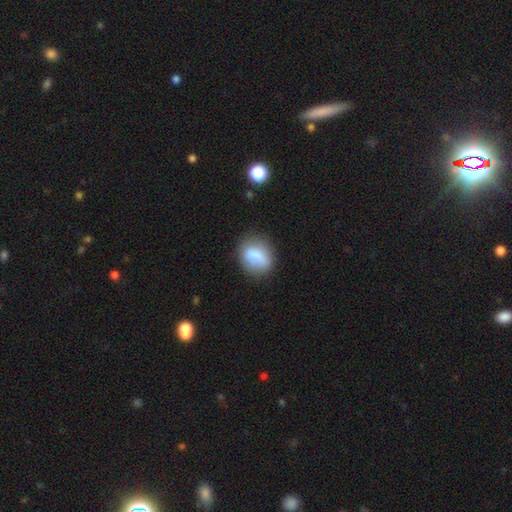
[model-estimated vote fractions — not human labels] This is likely a smooth galaxy (74%). How rounded: possibly round (54%). Merging: likely none (64%).